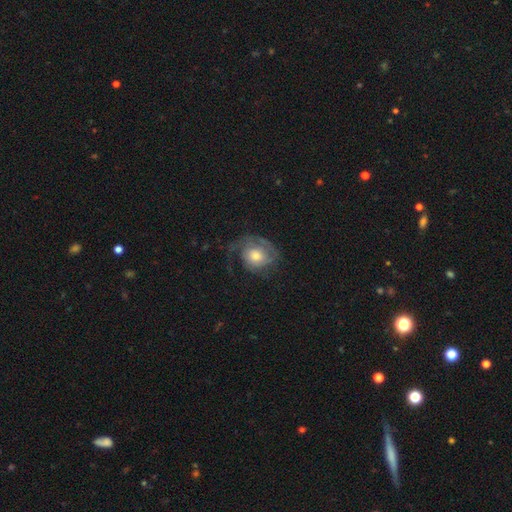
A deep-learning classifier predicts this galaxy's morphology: type=featured or disk (66%); edge-on=no (97%); bar=no (77%); spiral arms=yes (86%); winding=tight (40%); arm count=1 (37%); bulge=moderate (61%); merging=none (51%).